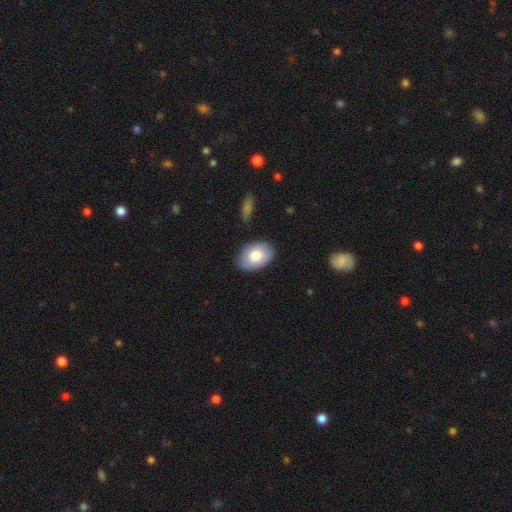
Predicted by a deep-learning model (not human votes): Smooth or featured? smooth (80%)
How rounded? in between (87%)
Merging? none (83%)